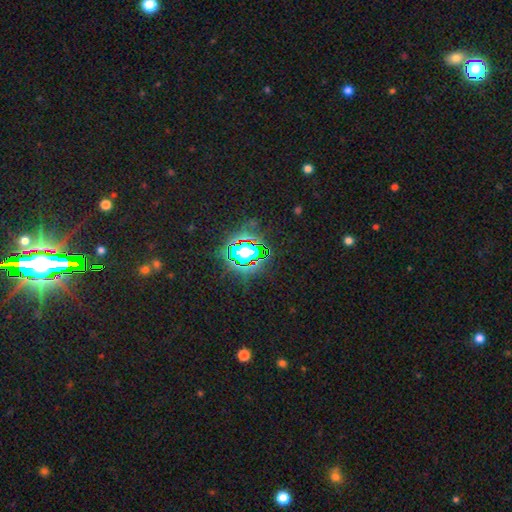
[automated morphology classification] Smooth or featured: star or artifact — 79% (smooth — 13%)